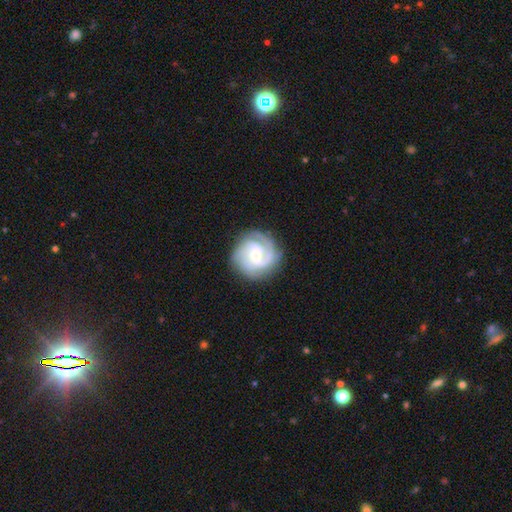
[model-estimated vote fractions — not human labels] A featured or disk galaxy (87%) with no bar (55%), 3 (37%) tight (58%) spiral arms (97%) and a small central bulge (56%).

Vote fractions:
- Smooth or featured? featured or disk: 87% / smooth: 9% / star or artifact: 5%
- Edge-on disk? no: 98% / yes: 2%
- Bar? no: 55% / weak: 37% / strong: 8%
- Spiral arms? yes: 97% / no: 3%
- Spiral winding? tight: 58% / medium: 35% / loose: 7%
- Spiral arm count? 3: 37% / 2: 34% / can't tell: 13% / 1: 7% / 4: 5% / more than 4: 4%
- Bulge size? small: 56% / moderate: 39% / large: 2% / none: 1% / dominant: 1%
- Merging? none: 80% / minor disturbance: 13% / major disturbance: 5% / merger: 1%